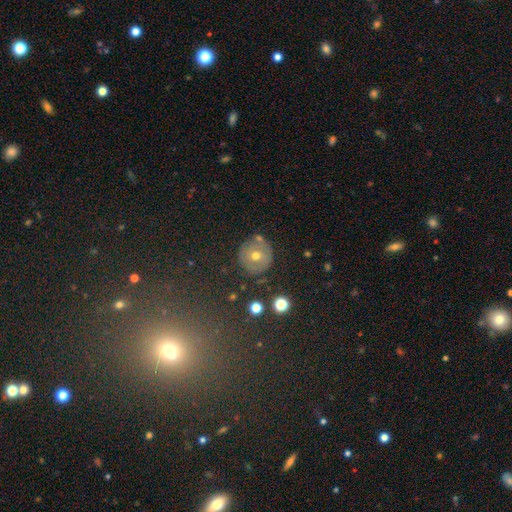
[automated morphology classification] Q: Smooth or featured?
A: smooth (58%); runner-up: featured or disk (31%)
Q: How rounded?
A: round (92%); runner-up: in between (7%)
Q: Merging?
A: none (77%); runner-up: minor disturbance (13%)